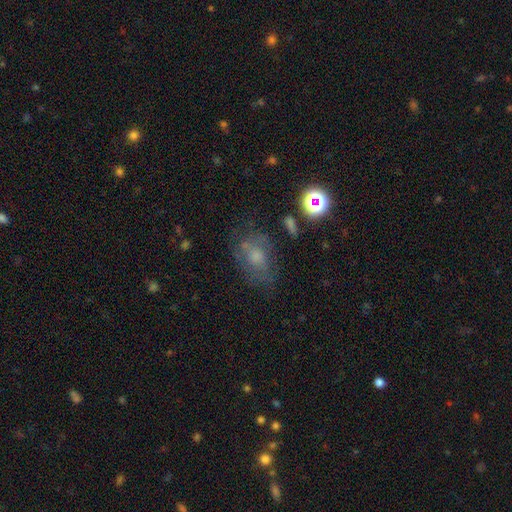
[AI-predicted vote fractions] smooth_or_featured: smooth (p=0.42) [alt: featured or disk p=0.34]
merging: none (p=0.58) [alt: minor disturbance p=0.23]